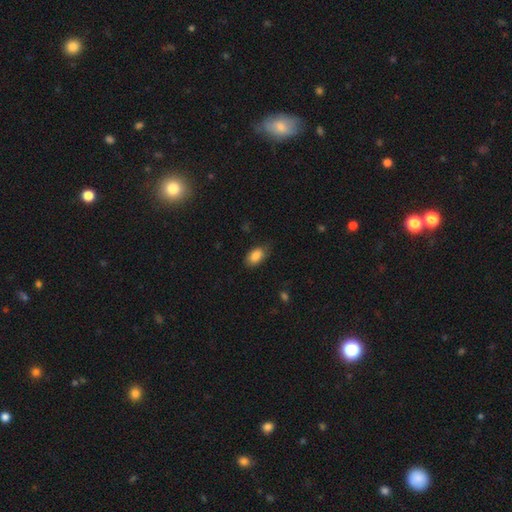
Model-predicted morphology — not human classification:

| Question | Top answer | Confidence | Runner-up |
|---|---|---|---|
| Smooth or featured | smooth | 85% | featured or disk (7%) |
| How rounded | in between | 91% | round (7%) |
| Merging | none | 76% | minor disturbance (20%) |